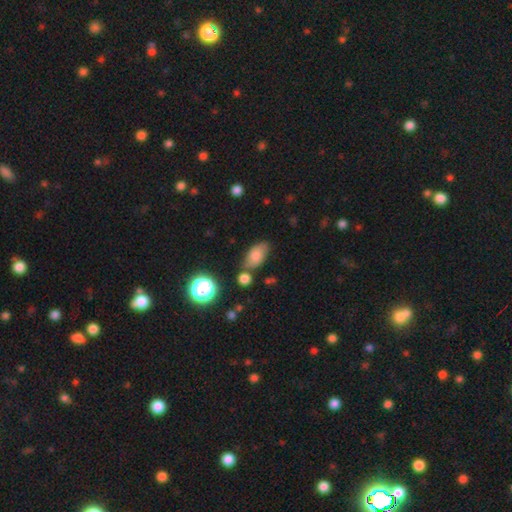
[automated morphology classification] smooth-or-featured: smooth: 76% | featured or disk: 14% | star or artifact: 11%
  how-rounded: in between: 87% | round: 9% | cigar-shaped: 4%
  merging: none: 63% | minor disturbance: 21% | merger: 10% | major disturbance: 6%